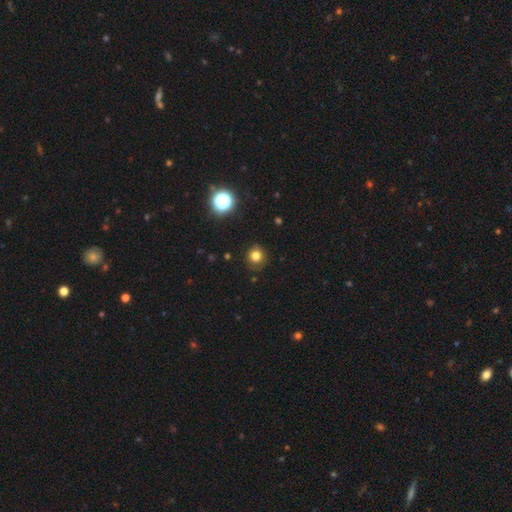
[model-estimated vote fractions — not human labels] This is likely a smooth galaxy (78%). How rounded: clearly round (89%). Merging: clearly none (85%).